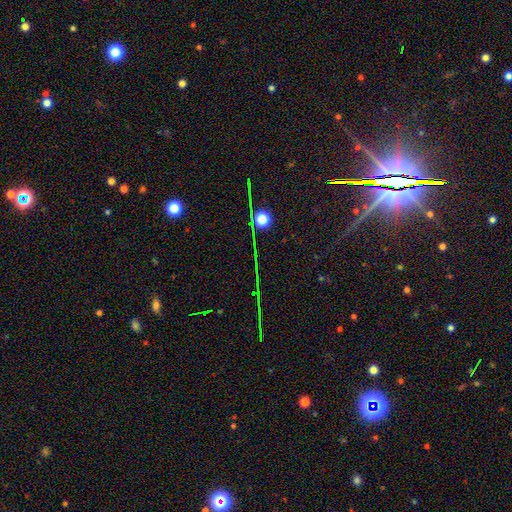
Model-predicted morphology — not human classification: A star or artifact, not a galaxy (81%).